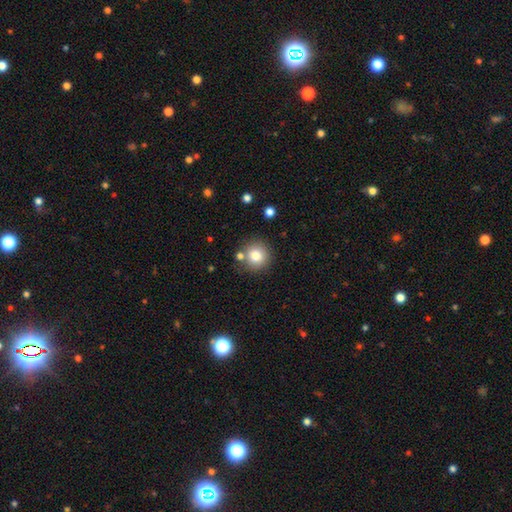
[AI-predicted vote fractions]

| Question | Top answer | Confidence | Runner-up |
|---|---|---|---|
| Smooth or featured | smooth | 80% | star or artifact (11%) |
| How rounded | round | 93% | in between (6%) |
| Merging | none | 79% | minor disturbance (9%) |